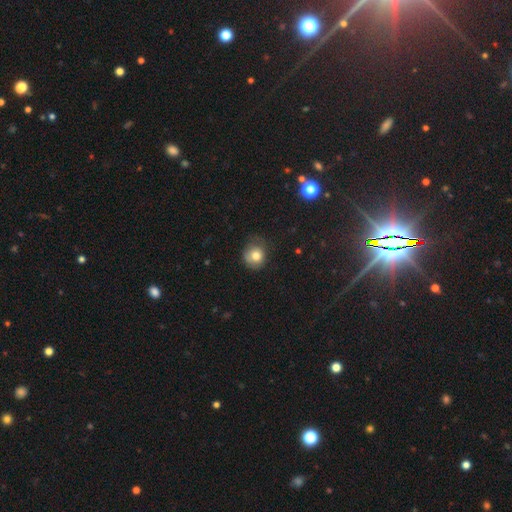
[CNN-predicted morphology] Smooth or featured: smooth — 78% (featured or disk — 12%)
How rounded: round — 78% (in between — 21%)
Merging: none — 59% (minor disturbance — 29%)